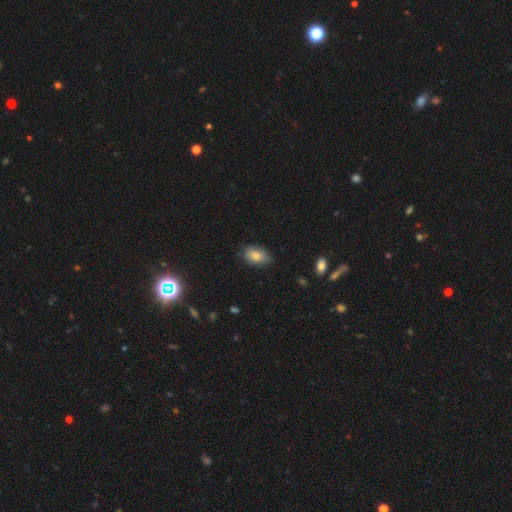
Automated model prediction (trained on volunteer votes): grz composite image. It shows a smooth galaxy with no disk features (82%) that is in between round and cigar-shaped (88%). Merging: none (70%).